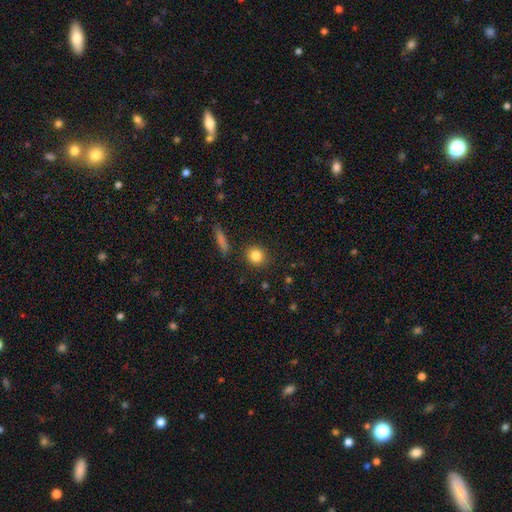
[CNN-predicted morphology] Smooth or featured?
  - smooth: 85% *
  - star or artifact: 9%
  - featured or disk: 6%
How rounded?
  - round: 83% *
  - in between: 16%
  - cigar-shaped: 2%
Merging?
  - none: 89% *
  - minor disturbance: 7%
  - major disturbance: 2%
  - merger: 2%